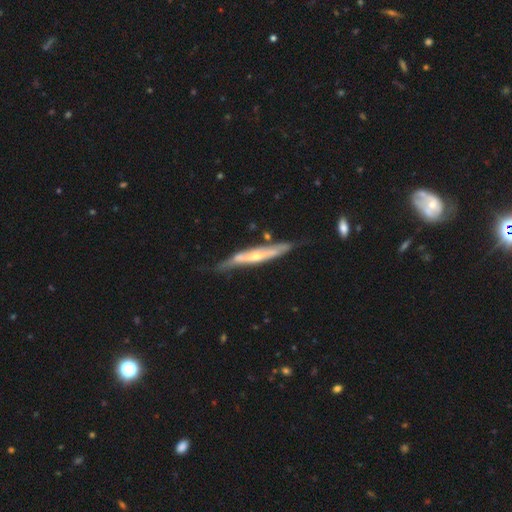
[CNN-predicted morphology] smooth_or_featured: featured or disk (p=0.70) [alt: smooth p=0.25]
disk_edge_on: yes (p=0.84) [alt: no p=0.16]
edge_on_bulge: rounded (p=0.60) [alt: none p=0.30]
merging: none (p=0.62) [alt: minor disturbance p=0.27]